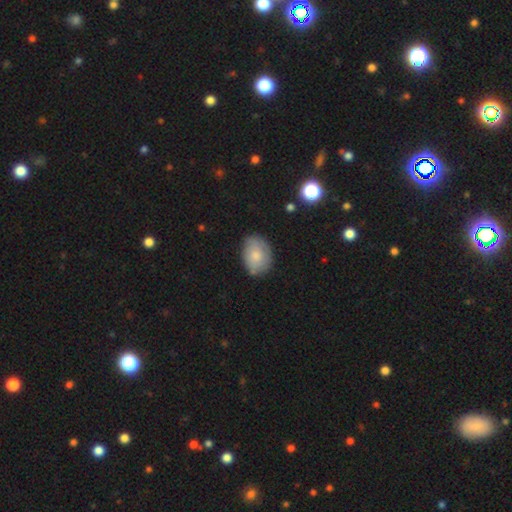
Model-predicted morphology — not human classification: Smooth or featured?
  - smooth: 71% *
  - featured or disk: 22%
  - star or artifact: 7%
How rounded?
  - in between: 70% *
  - round: 29%
  - cigar-shaped: 1%
Merging?
  - none: 69% *
  - minor disturbance: 24%
  - major disturbance: 5%
  - merger: 2%